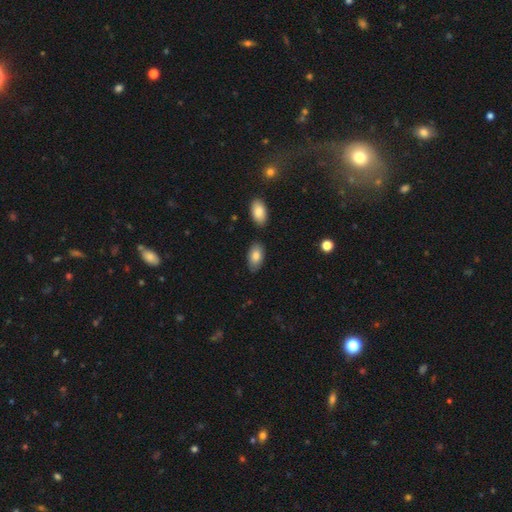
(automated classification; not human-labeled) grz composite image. It shows a smooth galaxy with no disk features (82%) that is in between round and cigar-shaped (94%). Merging: none (79%).